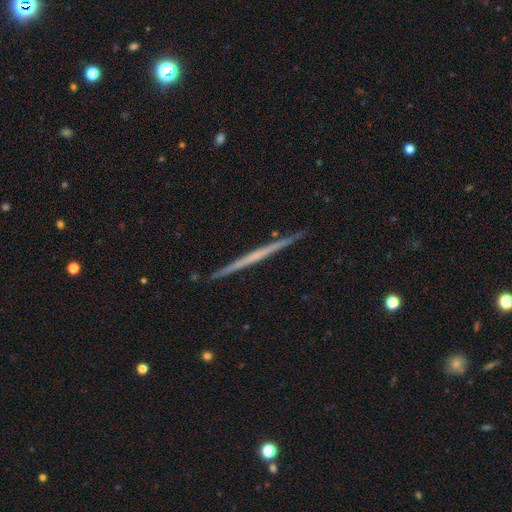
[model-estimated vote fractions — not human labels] smooth_or_featured: featured or disk (p=0.68) [alt: smooth p=0.27]
disk_edge_on: yes (p=0.98) [alt: no p=0.02]
edge_on_bulge: none (p=0.86) [alt: rounded p=0.10]
merging: none (p=0.92) [alt: minor disturbance p=0.06]